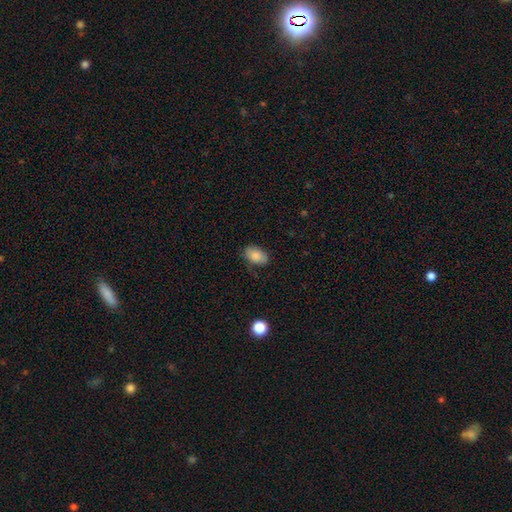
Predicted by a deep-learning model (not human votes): Smooth or featured? Predicted: smooth (p=0.85). How rounded? Predicted: in between (p=0.89). Merging? Predicted: none (p=0.77).